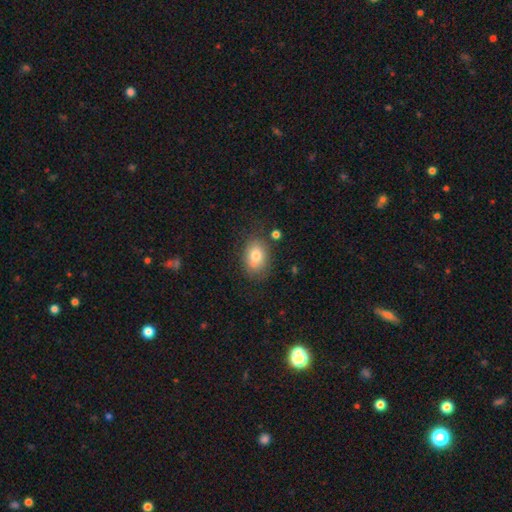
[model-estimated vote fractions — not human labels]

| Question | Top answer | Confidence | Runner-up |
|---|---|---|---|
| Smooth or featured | smooth | 78% | featured or disk (13%) |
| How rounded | in between | 70% | round (29%) |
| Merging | none | 74% | minor disturbance (17%) |